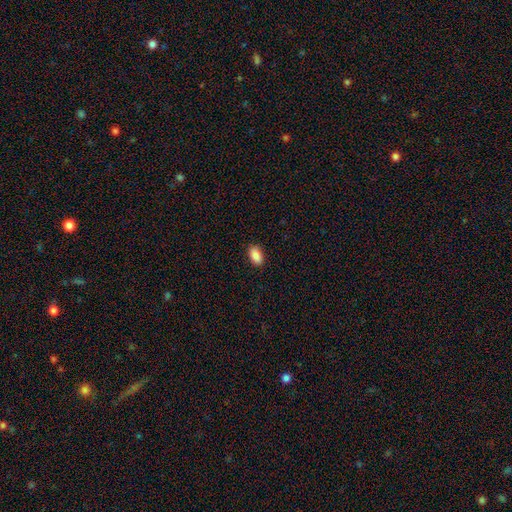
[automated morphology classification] type=smooth (89%); roundness=in between (92%); merging=none (88%).